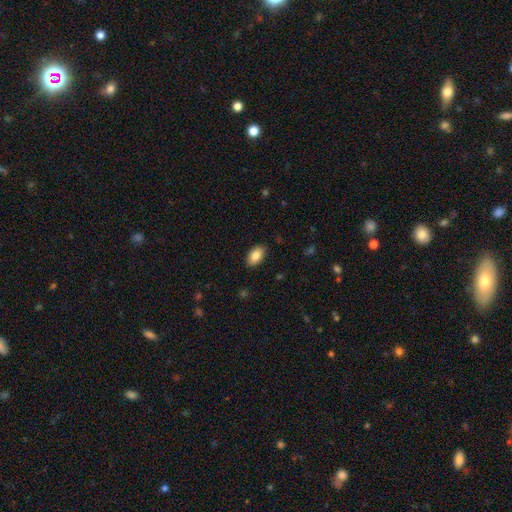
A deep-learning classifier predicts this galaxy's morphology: Smooth or featured: smooth — 84% (featured or disk — 9%)
How rounded: in between — 94% (round — 4%)
Merging: none — 88% (minor disturbance — 9%)